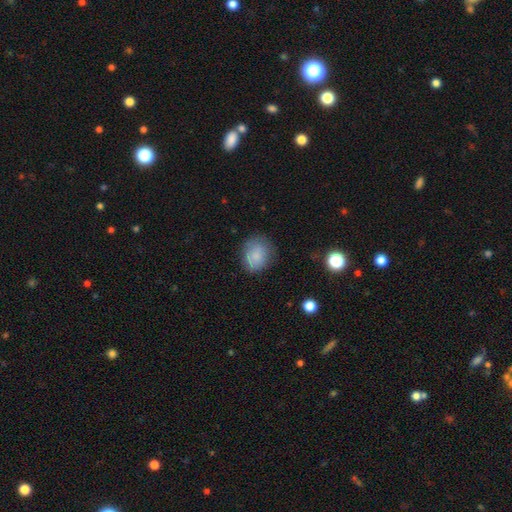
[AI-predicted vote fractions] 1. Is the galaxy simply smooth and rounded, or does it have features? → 79% smooth, 12% featured or disk, 9% star or artifact.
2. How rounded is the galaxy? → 57% round, 42% in between, 1% cigar-shaped.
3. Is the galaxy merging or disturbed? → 69% none, 22% minor disturbance, 7% major disturbance, 2% merger.